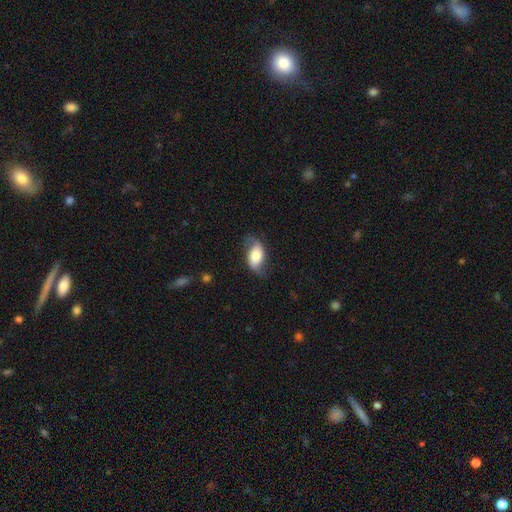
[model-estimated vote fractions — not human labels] The model was most divided on "smooth or featured": smooth: 59%, featured or disk: 34%, star or artifact: 7%. More confident: how rounded — in between (90%); merging — none (61%).